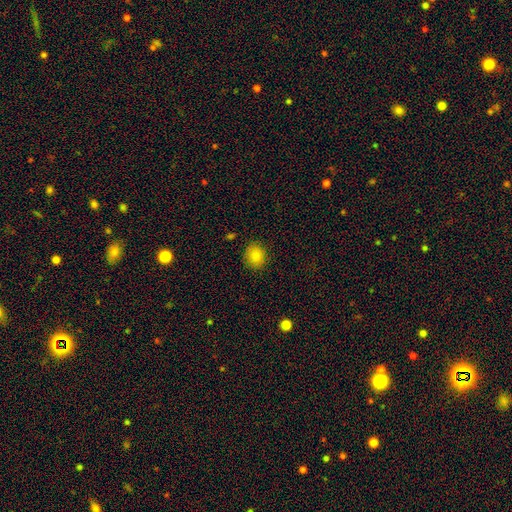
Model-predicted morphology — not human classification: type=smooth (85%); roundness=round (70%); merging=none (88%).